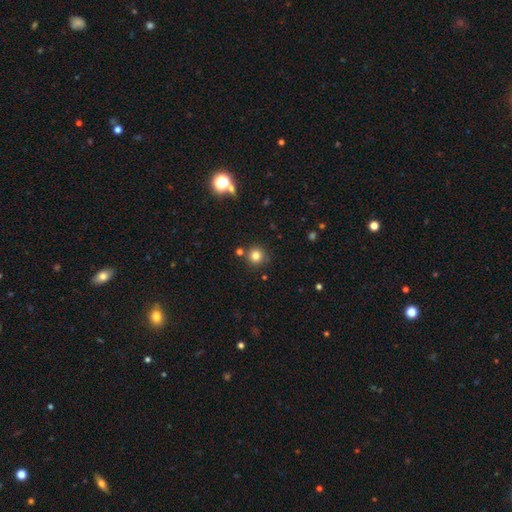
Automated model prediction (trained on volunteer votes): This appears to be a smooth galaxy with no disk features (80%) that is round (95%). Merging: none (84%).